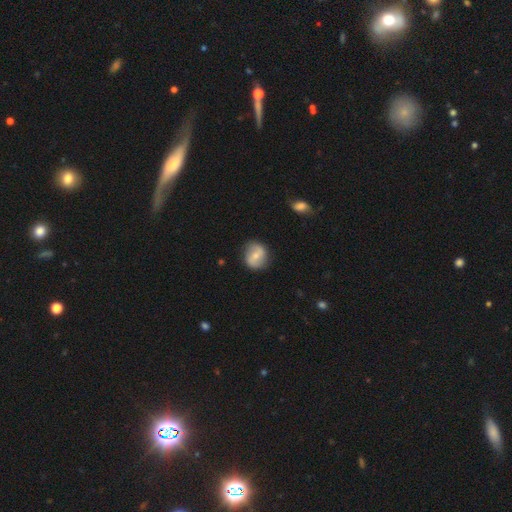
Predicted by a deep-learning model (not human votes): This appears to be a featured or disk galaxy (47%). Merging: none (81%).